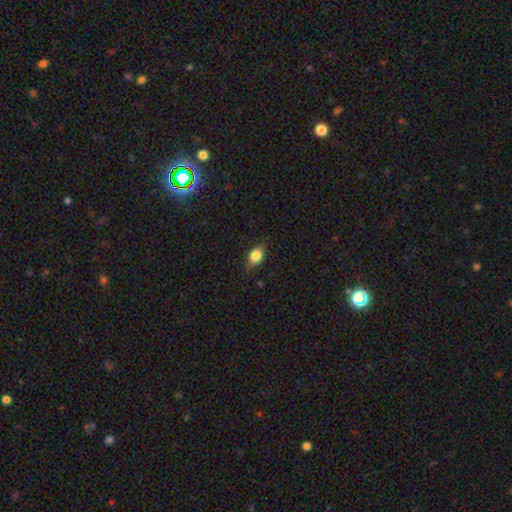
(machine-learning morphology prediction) smooth-or-featured: smooth: 76% | featured or disk: 15% | star or artifact: 9%
  how-rounded: in between: 76% | round: 19% | cigar-shaped: 5%
  merging: none: 80% | minor disturbance: 16% | major disturbance: 3% | merger: 1%